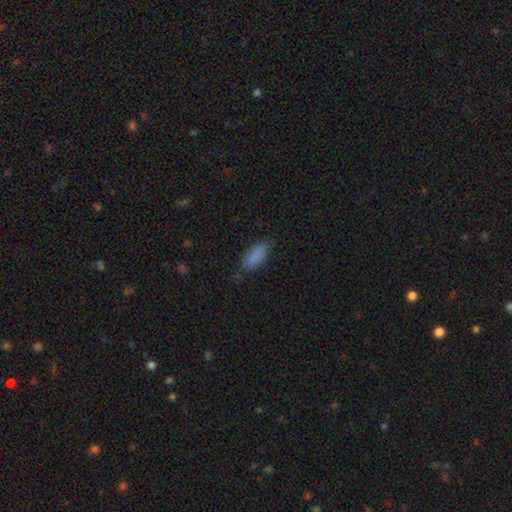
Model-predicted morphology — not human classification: Overall: smooth (85%). How rounded: in between (86%). Merging: none (70%).